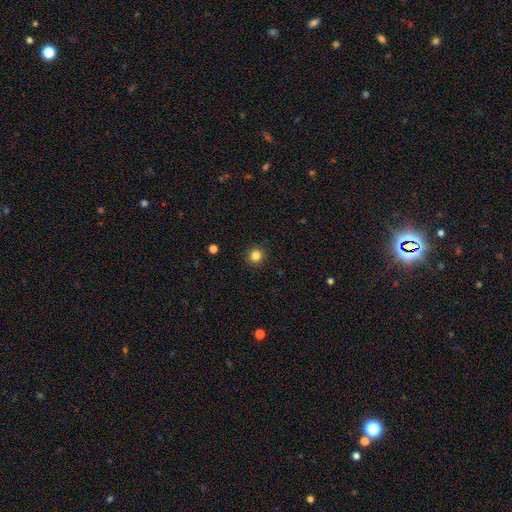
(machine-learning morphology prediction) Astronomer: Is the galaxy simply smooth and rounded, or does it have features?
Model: smooth — 84%.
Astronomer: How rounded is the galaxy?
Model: round — 95%.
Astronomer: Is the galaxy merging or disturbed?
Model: none — 92%.